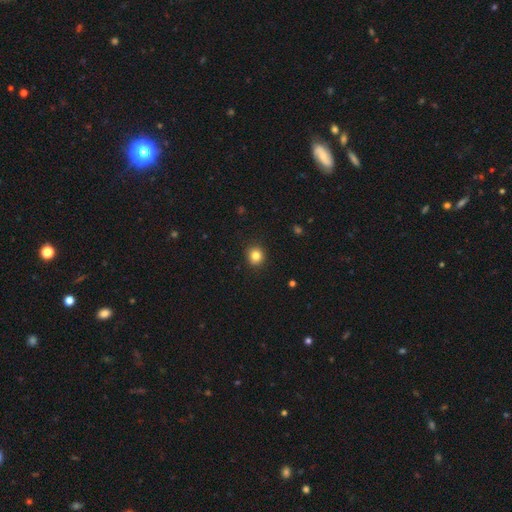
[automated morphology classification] smooth-or-featured: smooth: 83% | star or artifact: 12% | featured or disk: 5%
  how-rounded: round: 89% | in between: 10% | cigar-shaped: 1%
  merging: none: 91% | minor disturbance: 7% | major disturbance: 2% | merger: 1%